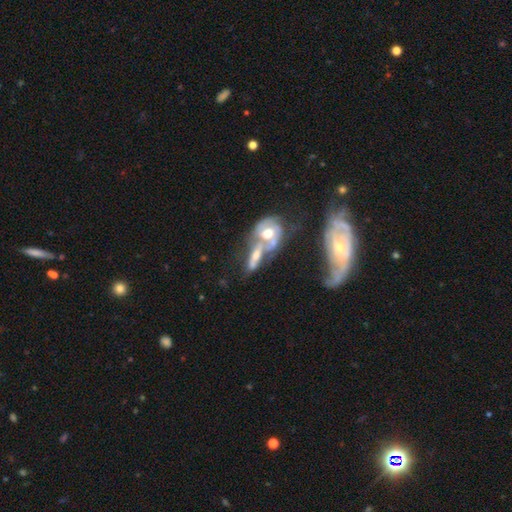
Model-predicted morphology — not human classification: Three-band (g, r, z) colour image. It shows a featured or disk galaxy (59%). Merging: merger (69%).